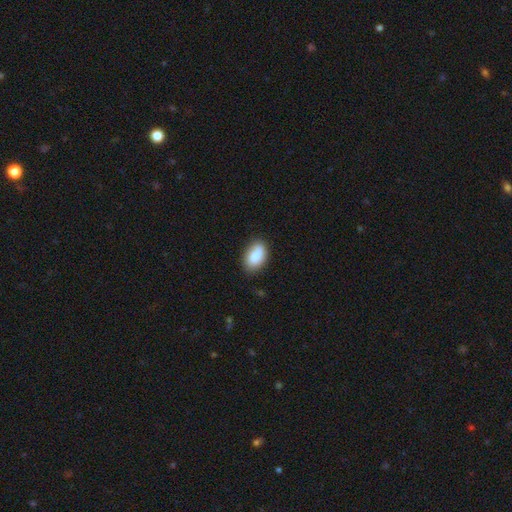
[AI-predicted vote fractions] smooth-or-featured: smooth: 86% | featured or disk: 7% | star or artifact: 7%
  how-rounded: in between: 92% | round: 6% | cigar-shaped: 2%
  merging: none: 78% | minor disturbance: 17% | major disturbance: 3% | merger: 2%